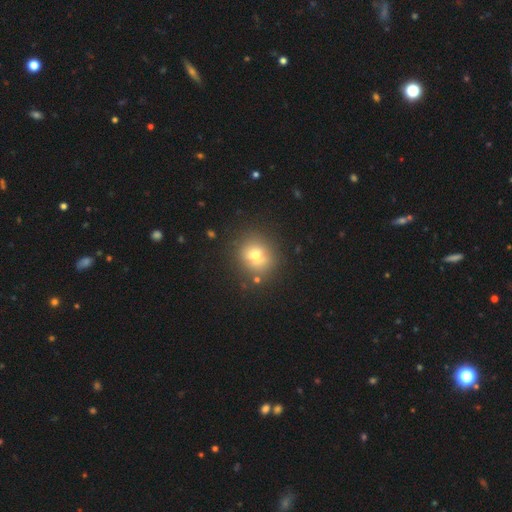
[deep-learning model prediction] smooth 68%, featured or disk 16%, star or artifact 16%. Down the decision tree: how rounded — round (84%); merging — none (80%).